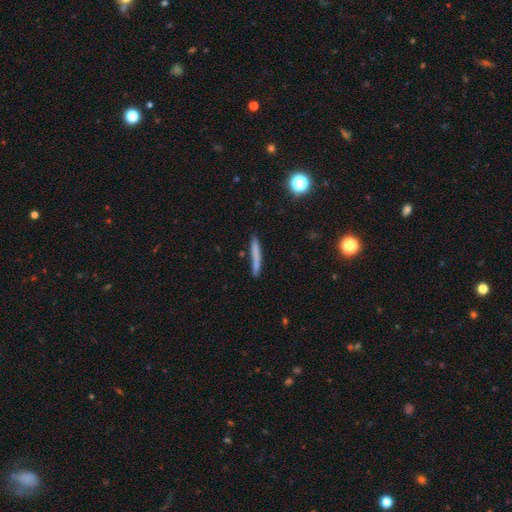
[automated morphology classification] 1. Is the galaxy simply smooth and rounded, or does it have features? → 70% smooth, 21% featured or disk, 9% star or artifact.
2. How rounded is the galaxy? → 95% cigar-shaped, 3% in between, 2% round.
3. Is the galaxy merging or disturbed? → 81% none, 13% minor disturbance, 3% merger, 3% major disturbance.